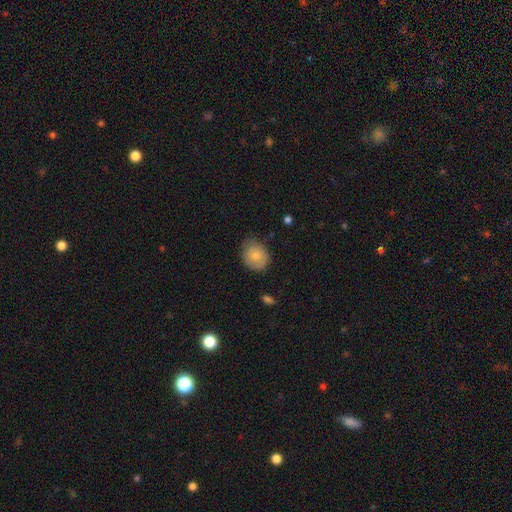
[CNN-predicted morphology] A smooth galaxy with no disk features (75%) that is round (57%).

Vote fractions:
- Smooth or featured? smooth: 75% / featured or disk: 18% / star or artifact: 7%
- How rounded? round: 57% / in between: 42% / cigar-shaped: 1%
- Merging? none: 65% / minor disturbance: 28% / major disturbance: 6% / merger: 1%